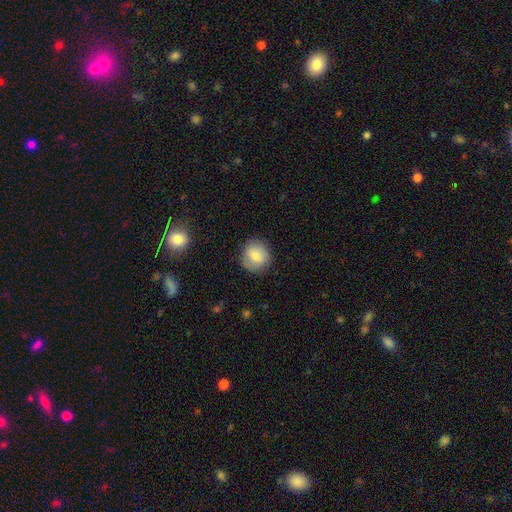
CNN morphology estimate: type=smooth (78%); roundness=round (87%); merging=none (85%).